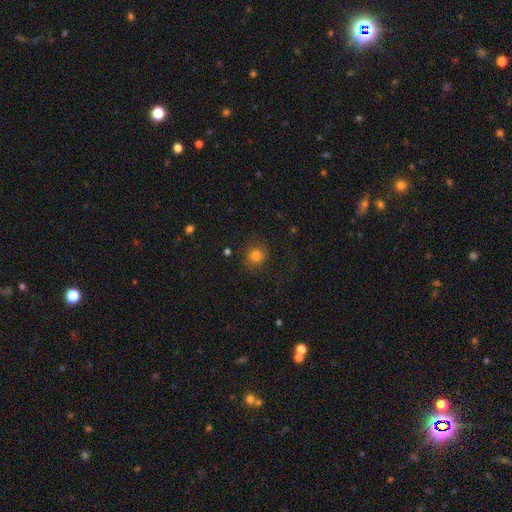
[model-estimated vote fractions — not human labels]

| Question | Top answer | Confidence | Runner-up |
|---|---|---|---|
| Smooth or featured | smooth | 78% | star or artifact (13%) |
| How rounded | round | 87% | in between (12%) |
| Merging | none | 80% | minor disturbance (12%) |